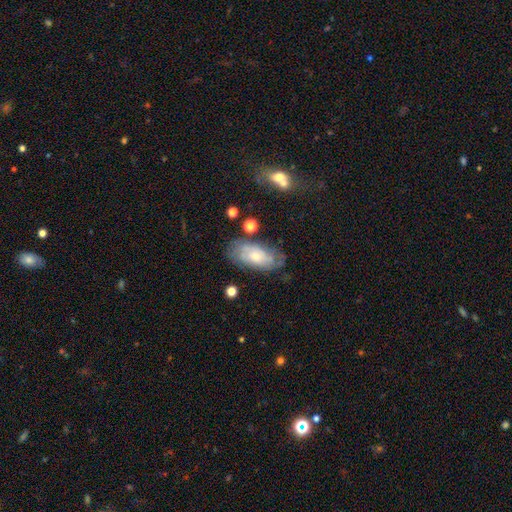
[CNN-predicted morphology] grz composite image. It shows a featured or disk galaxy (58%) with no bar (79%), spiral arms (75%) and a small central bulge (60%). Merging: none (66%).